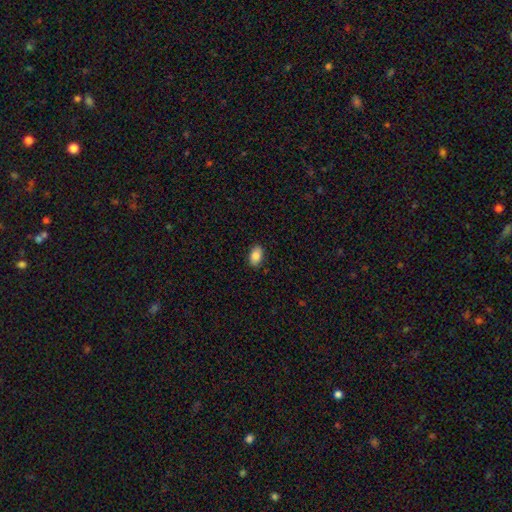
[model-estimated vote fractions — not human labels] smooth 85%, featured or disk 8%, star or artifact 7%. Down the decision tree: how rounded — in between (90%); merging — none (88%).